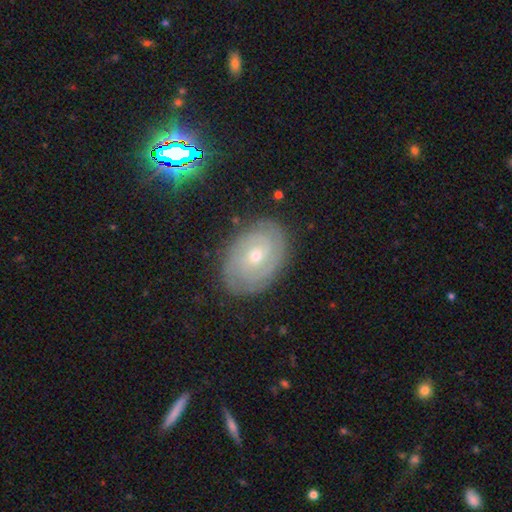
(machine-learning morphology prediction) The model was most divided on "spiral arm count": can't tell: 40%, 2: 28%, 3: 14%, 4: 8%, more than 4: 5%, 1: 5%. More confident: edge-on disk — no (96%); spiral arms — yes (90%); merging — none (83%); spiral winding — tight (79%); smooth or featured — featured or disk (77%); bar — no (67%); bulge size — small (58%).